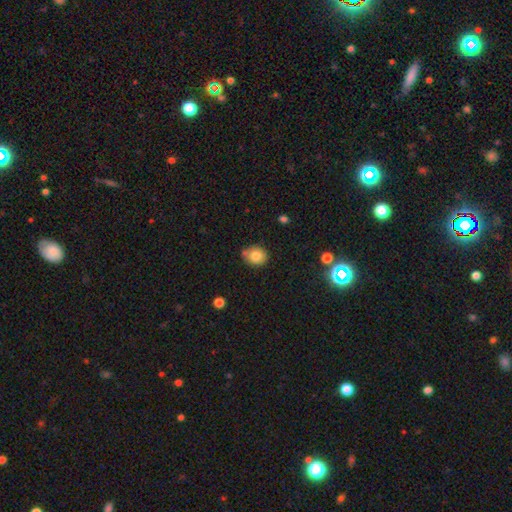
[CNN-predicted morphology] The model was most divided on "how rounded": round: 72%, in between: 27%, cigar-shaped: 1%. More confident: smooth or featured — smooth (81%); merging — none (72%).